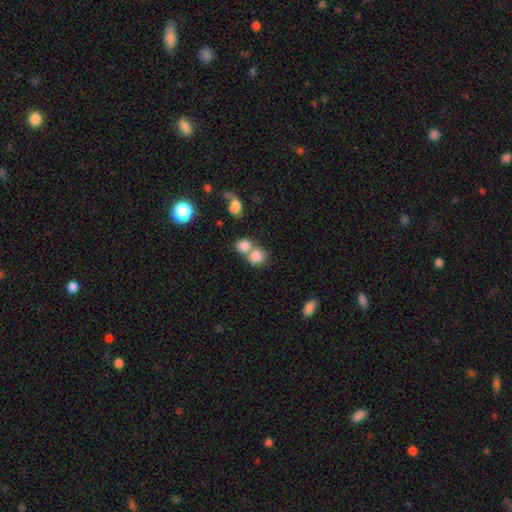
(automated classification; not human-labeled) Smooth or featured? smooth (82%)
How rounded? round (73%)
Merging? merger (57%)